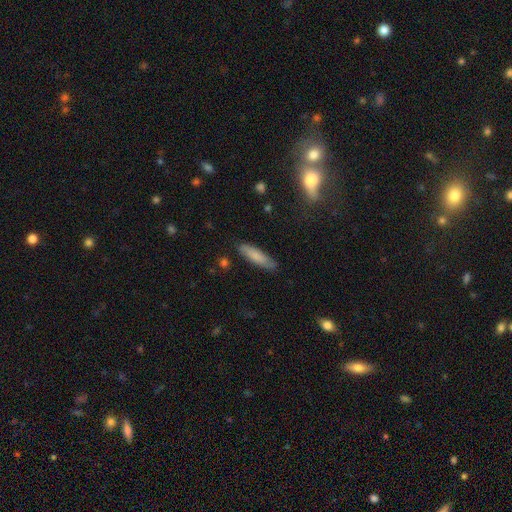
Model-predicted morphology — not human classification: The model was most divided on "how rounded": cigar-shaped: 72%, in between: 26%, round: 2%. More confident: merging — none (84%); smooth or featured — smooth (79%).